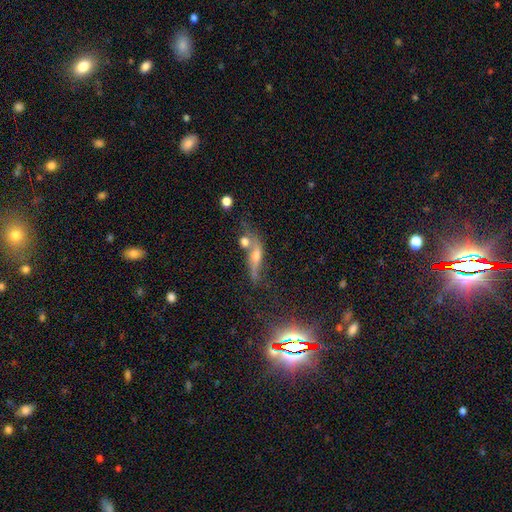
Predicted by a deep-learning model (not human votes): A featured or disk galaxy (55%) viewed edge-on (53%).

Vote fractions:
- Smooth or featured? featured or disk: 55% / smooth: 26% / star or artifact: 19%
- Edge-on disk? yes: 53% / no: 47%
- Merging? none: 37% / merger: 32% / minor disturbance: 18% / major disturbance: 13%